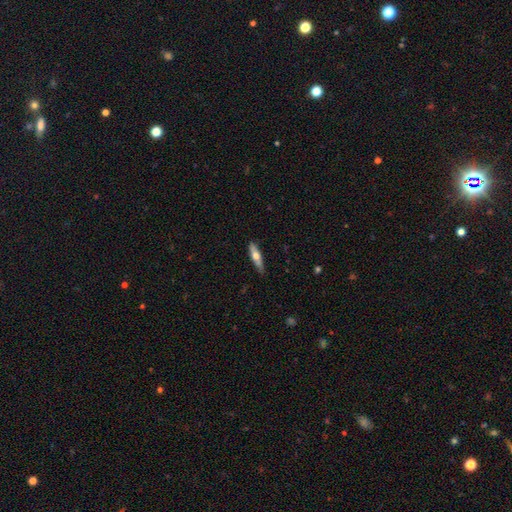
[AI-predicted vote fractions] Overall: smooth (52%; featured or disk 43%). How rounded: cigar-shaped (75%). Merging: none (84%).